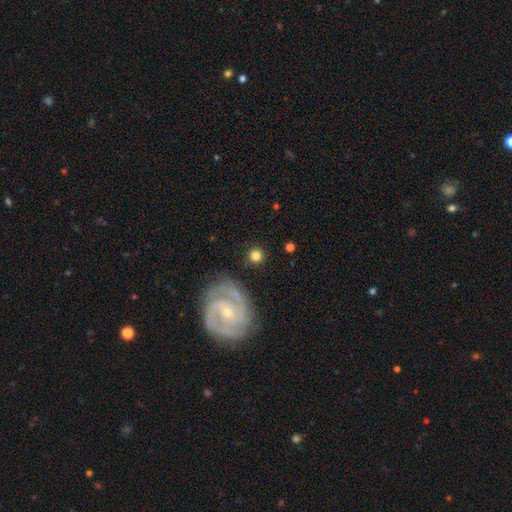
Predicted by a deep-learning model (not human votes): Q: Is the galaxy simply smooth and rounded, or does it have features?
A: smooth — 71%.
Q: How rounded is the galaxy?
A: round — 92%.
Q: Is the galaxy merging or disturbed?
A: none — 87%.